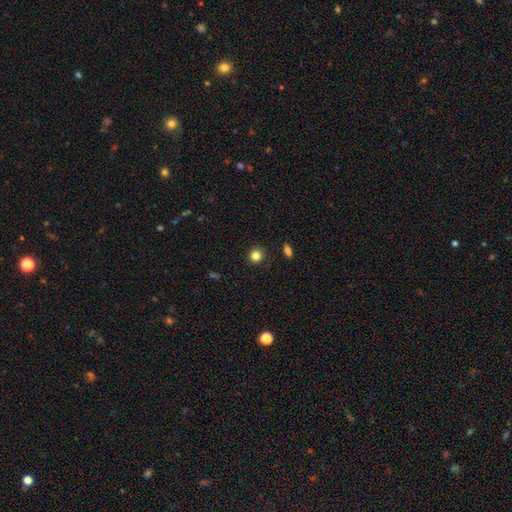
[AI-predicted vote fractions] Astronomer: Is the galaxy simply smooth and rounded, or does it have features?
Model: smooth — 83%.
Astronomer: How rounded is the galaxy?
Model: round — 91%.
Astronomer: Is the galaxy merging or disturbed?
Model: none — 91%.